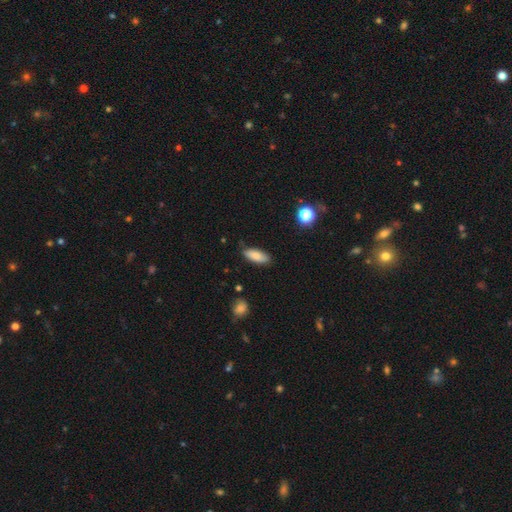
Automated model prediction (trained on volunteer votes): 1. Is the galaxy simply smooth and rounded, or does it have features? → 84% smooth, 9% featured or disk, 7% star or artifact.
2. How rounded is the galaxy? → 75% in between, 23% cigar-shaped, 2% round.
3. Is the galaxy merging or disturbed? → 83% none, 13% minor disturbance, 2% major disturbance, 2% merger.